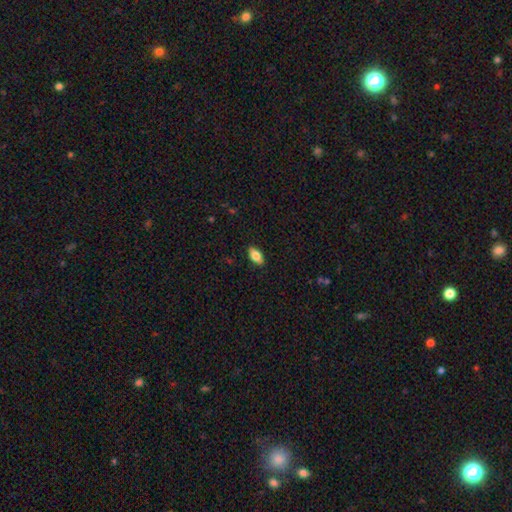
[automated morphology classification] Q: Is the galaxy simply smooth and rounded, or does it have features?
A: smooth — 77%.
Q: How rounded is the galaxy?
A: in between — 89%.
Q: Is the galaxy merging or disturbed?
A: none — 89%.